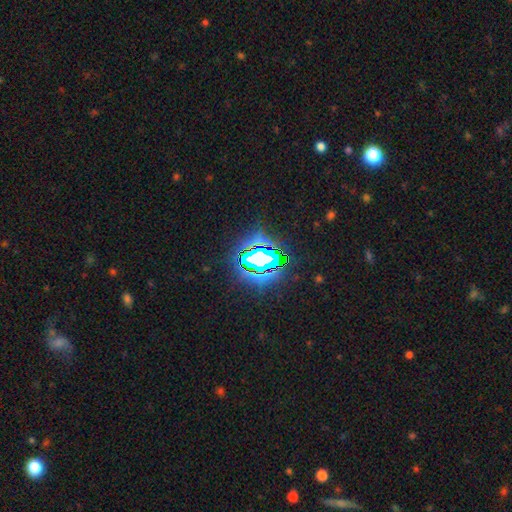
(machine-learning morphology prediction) Smooth or featured? Predicted: star or artifact (p=0.73).